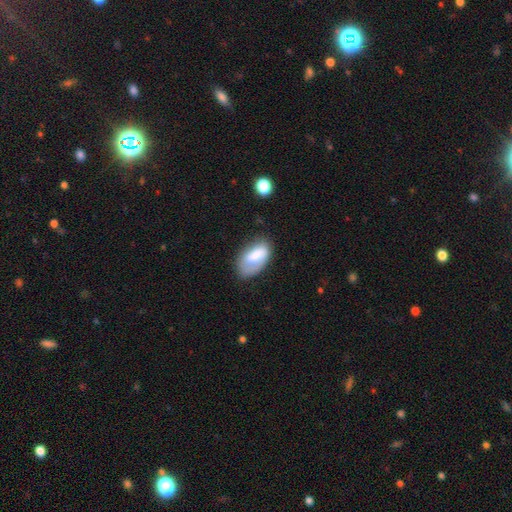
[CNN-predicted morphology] Smooth or featured?
  - smooth: 66% *
  - featured or disk: 27%
  - star or artifact: 7%
How rounded?
  - in between: 94% *
  - round: 4%
  - cigar-shaped: 2%
Merging?
  - none: 57% *
  - minor disturbance: 29%
  - major disturbance: 11%
  - merger: 3%